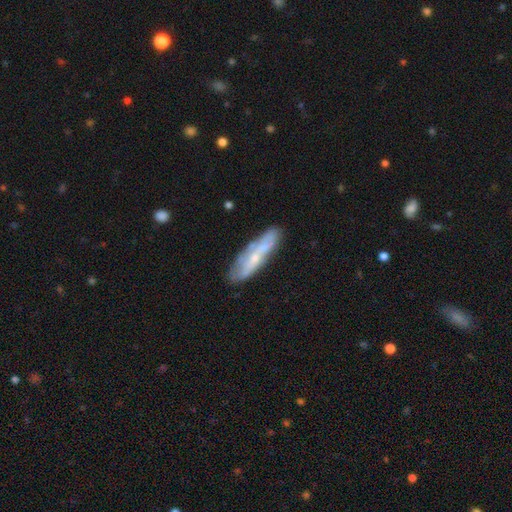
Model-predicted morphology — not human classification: smooth_or_featured: featured or disk (p=0.54) [alt: smooth p=0.39]
disk_edge_on: no (p=0.58) [alt: yes p=0.42]
merging: none (p=0.70) [alt: minor disturbance p=0.20]